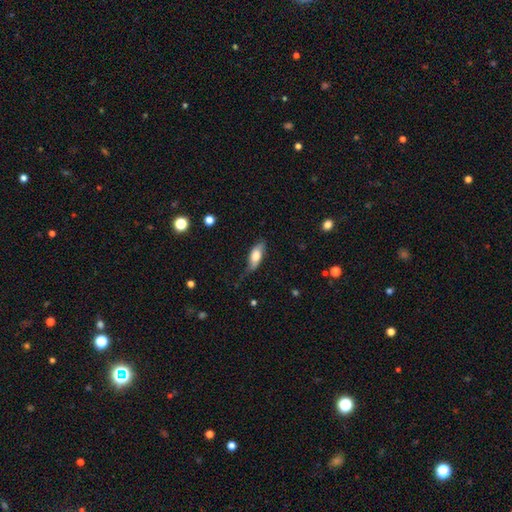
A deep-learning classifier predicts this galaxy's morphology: smooth-or-featured: smooth: 65% | featured or disk: 29% | star or artifact: 6%
  how-rounded: in between: 77% | cigar-shaped: 20% | round: 3%
  merging: none: 48% | minor disturbance: 35% | major disturbance: 15% | merger: 2%